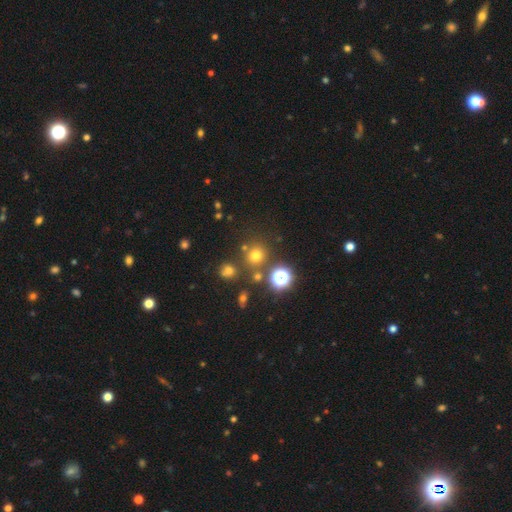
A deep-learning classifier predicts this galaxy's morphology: smooth_or_featured: smooth (p=0.67) [alt: star or artifact p=0.26]
how_rounded: round (p=0.89) [alt: in between p=0.10]
merging: none (p=0.78) [alt: merger p=0.10]